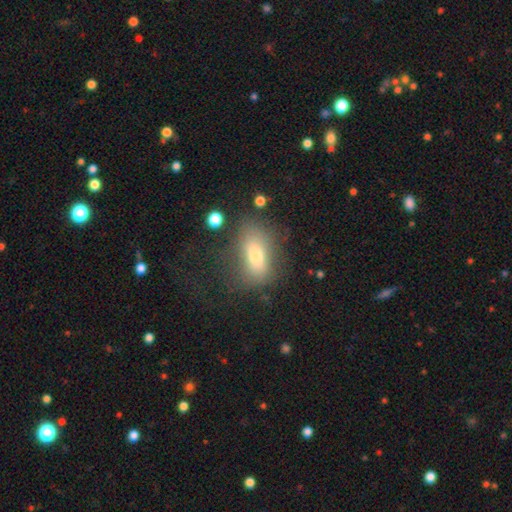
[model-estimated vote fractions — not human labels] Smooth or featured? smooth (68%)
How rounded? in between (82%)
Merging? none (58%)